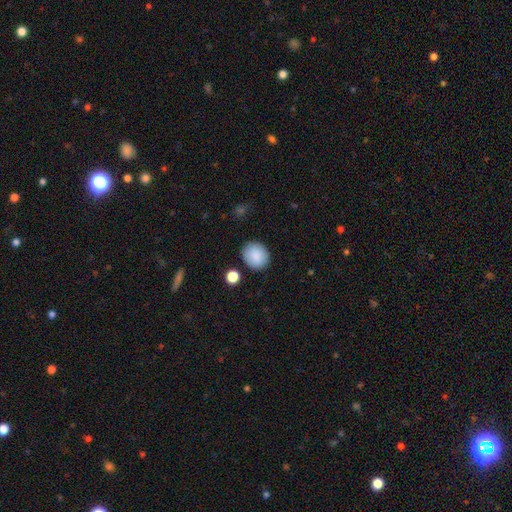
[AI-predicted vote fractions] A smooth galaxy with no disk features (88%) that is round (72%).

Vote fractions:
- Smooth or featured? smooth: 88% / star or artifact: 7% / featured or disk: 5%
- How rounded? round: 72% / in between: 27% / cigar-shaped: 1%
- Merging? none: 85% / minor disturbance: 9% / merger: 3% / major disturbance: 3%